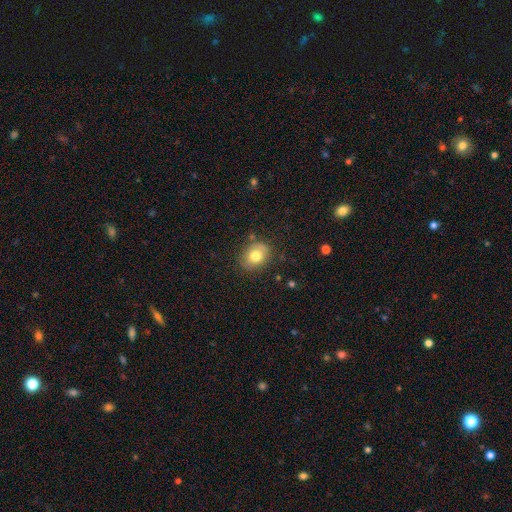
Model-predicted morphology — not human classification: The model was most divided on "how rounded": in between: 51%, round: 48%, cigar-shaped: 1%. More confident: merging — none (77%); smooth or featured — smooth (75%).